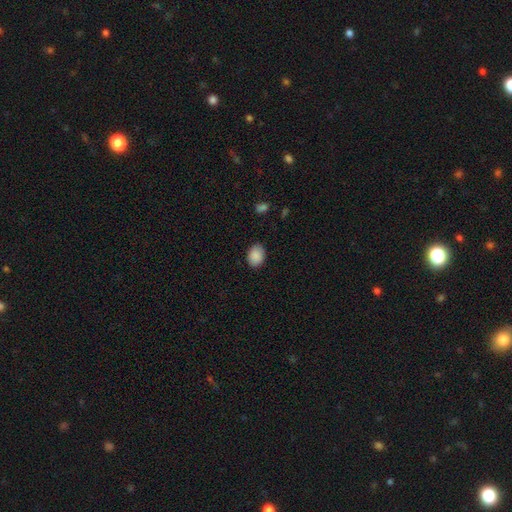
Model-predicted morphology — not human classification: A smooth galaxy with no disk features (89%) that is in between round and cigar-shaped (68%). Merging: none (86%).